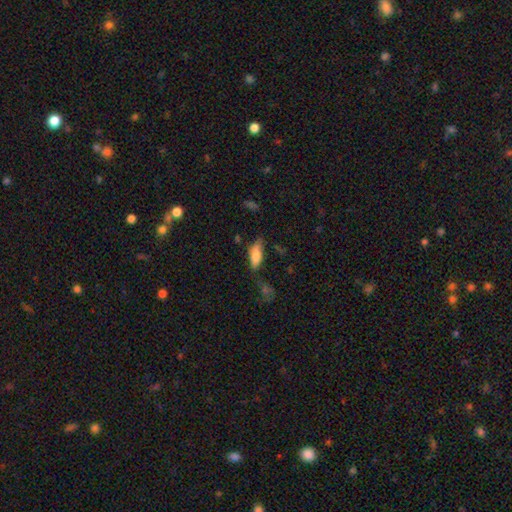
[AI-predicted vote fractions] A smooth galaxy with no disk features (76%) that is in between round and cigar-shaped (71%).

Vote fractions:
- Smooth or featured? smooth: 76% / featured or disk: 17% / star or artifact: 7%
- How rounded? in between: 71% / cigar-shaped: 27% / round: 2%
- Merging? none: 62% / minor disturbance: 26% / major disturbance: 8% / merger: 5%